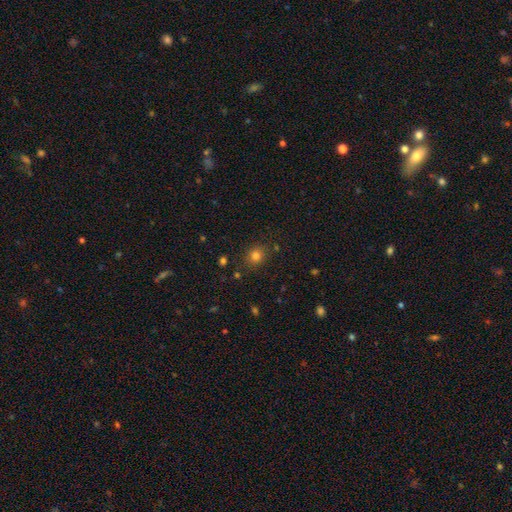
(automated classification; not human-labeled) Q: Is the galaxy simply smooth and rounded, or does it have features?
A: smooth — 78%.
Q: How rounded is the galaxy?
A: round — 76%.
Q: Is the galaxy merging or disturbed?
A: none — 85%.